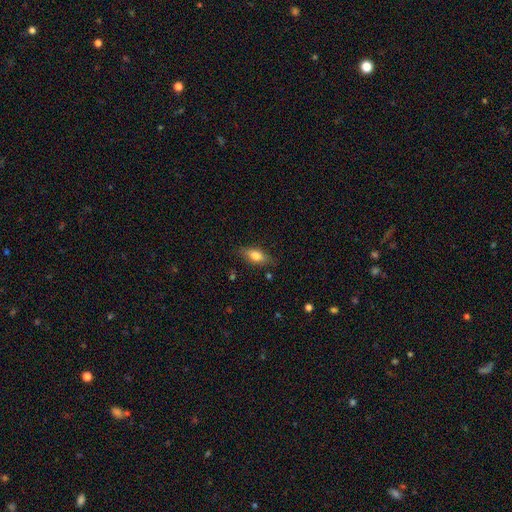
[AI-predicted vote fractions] smooth_or_featured: smooth (p=0.72) [alt: featured or disk p=0.20]
how_rounded: in between (p=0.77) [alt: cigar-shaped p=0.19]
merging: none (p=0.79) [alt: minor disturbance p=0.16]